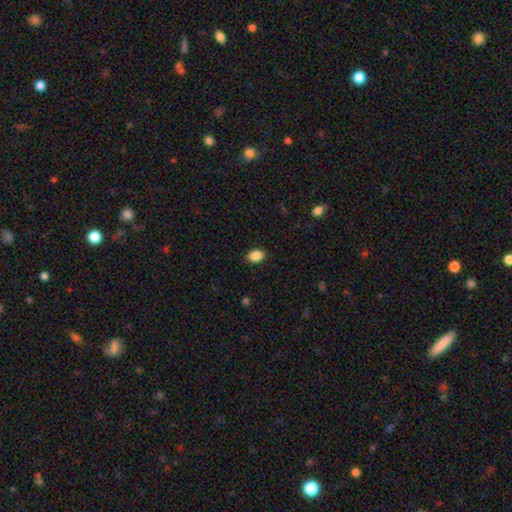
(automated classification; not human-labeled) Q: Smooth or featured?
A: smooth (89%); runner-up: star or artifact (8%)
Q: How rounded?
A: in between (79%); runner-up: round (20%)
Q: Merging?
A: none (88%); runner-up: minor disturbance (9%)